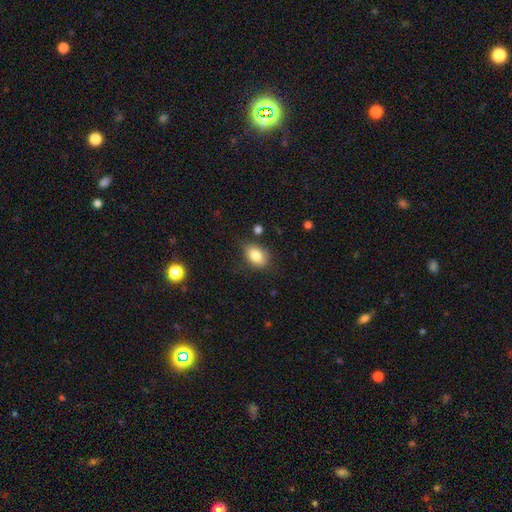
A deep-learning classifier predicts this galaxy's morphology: smooth_or_featured: smooth (p=0.82) [alt: featured or disk p=0.09]
how_rounded: in between (p=0.79) [alt: round p=0.20]
merging: none (p=0.71) [alt: minor disturbance p=0.21]